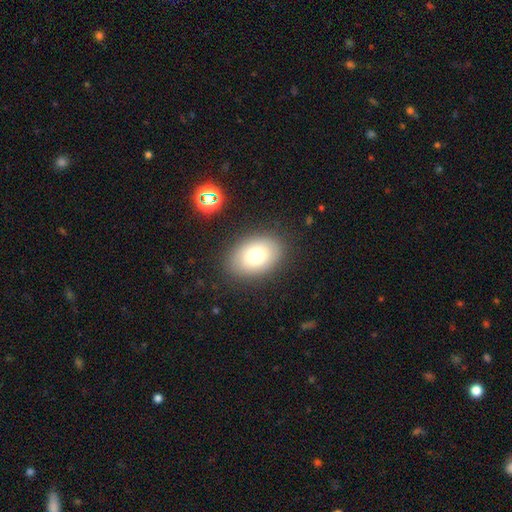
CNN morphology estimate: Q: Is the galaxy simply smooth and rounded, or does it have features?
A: smooth — 74%.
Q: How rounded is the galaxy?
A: in between — 78%.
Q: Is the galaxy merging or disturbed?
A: none — 85%.